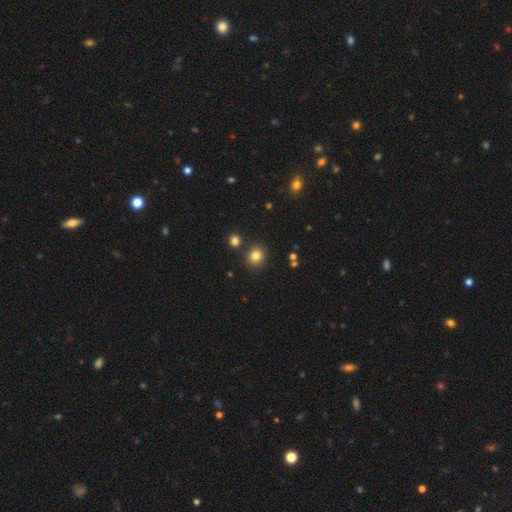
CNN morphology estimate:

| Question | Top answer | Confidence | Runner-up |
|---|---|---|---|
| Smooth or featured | smooth | 82% | star or artifact (12%) |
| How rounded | round | 83% | in between (16%) |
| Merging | none | 85% | minor disturbance (8%) |